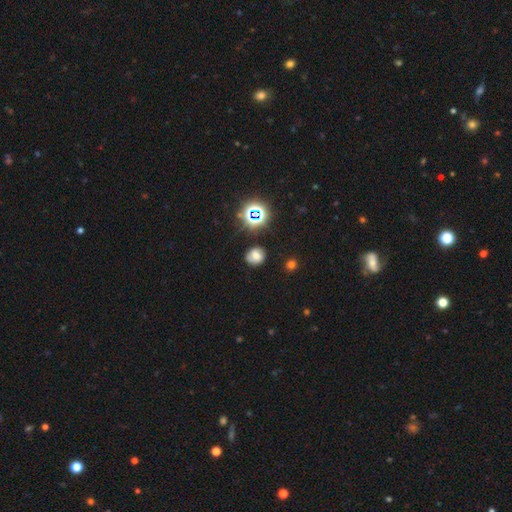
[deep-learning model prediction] Smooth or featured? Predicted: smooth (p=0.64). How rounded? Predicted: round (p=0.67). Merging? Predicted: none (p=0.76).